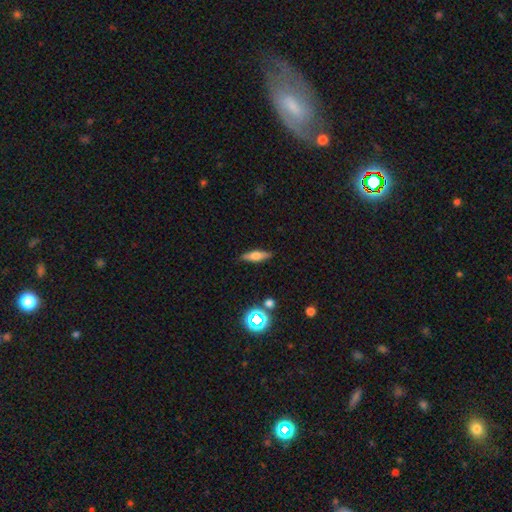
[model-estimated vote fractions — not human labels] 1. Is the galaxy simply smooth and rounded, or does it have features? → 52% smooth, 37% featured or disk, 10% star or artifact.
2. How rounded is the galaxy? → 56% cigar-shaped, 41% in between, 4% round.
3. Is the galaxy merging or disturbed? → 86% none, 10% minor disturbance, 2% major disturbance, 2% merger.